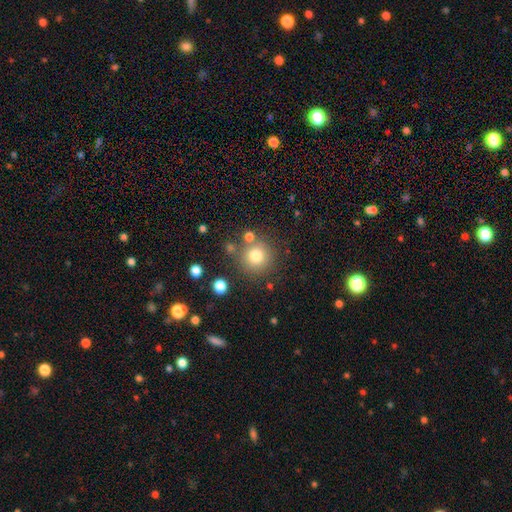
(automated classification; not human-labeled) Overall: smooth (77%). How rounded: round (94%). Merging: none (78%).